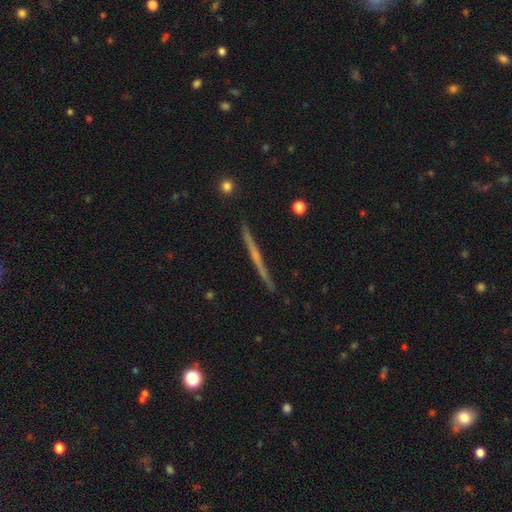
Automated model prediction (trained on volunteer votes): Smooth or featured? Predicted: featured or disk (p=0.64). Edge-on disk? Predicted: yes (p=0.98). Edge-on bulge? Predicted: none (p=0.75). Merging? Predicted: none (p=0.91).